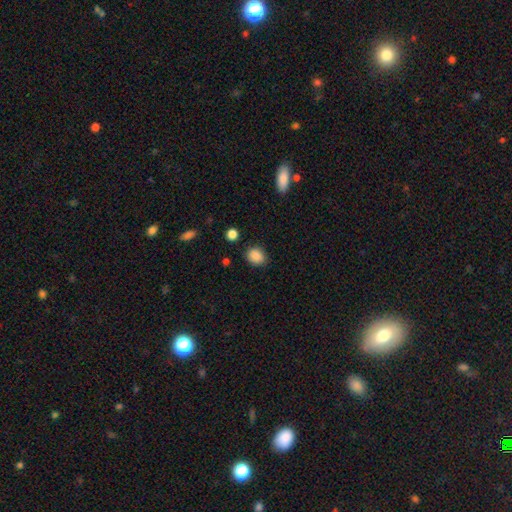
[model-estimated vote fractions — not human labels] smooth 88%, star or artifact 9%, featured or disk 3%. Down the decision tree: how rounded — round (58%); merging — none (83%).